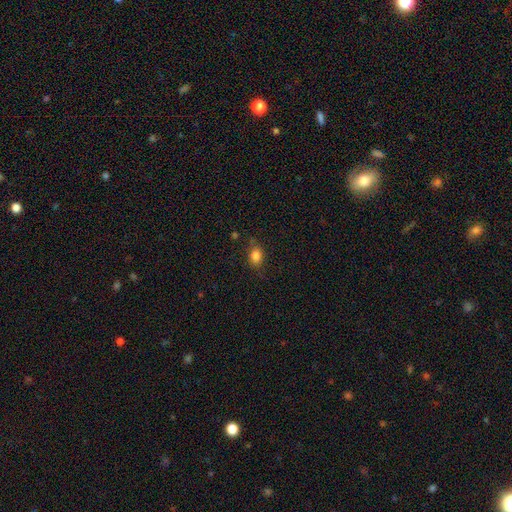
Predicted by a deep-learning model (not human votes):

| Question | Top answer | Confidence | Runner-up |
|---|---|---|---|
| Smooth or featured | smooth | 83% | star or artifact (11%) |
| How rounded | in between | 64% | round (34%) |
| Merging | none | 75% | minor disturbance (18%) |